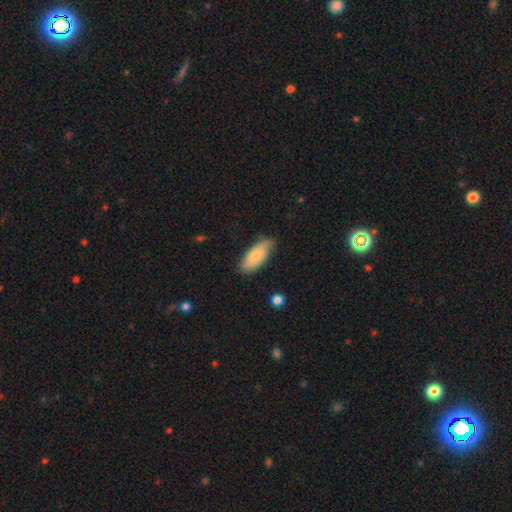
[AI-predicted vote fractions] smooth_or_featured: smooth (p=0.69) [alt: featured or disk p=0.25]
how_rounded: in between (p=0.85) [alt: cigar-shaped p=0.12]
merging: none (p=0.67) [alt: minor disturbance p=0.27]